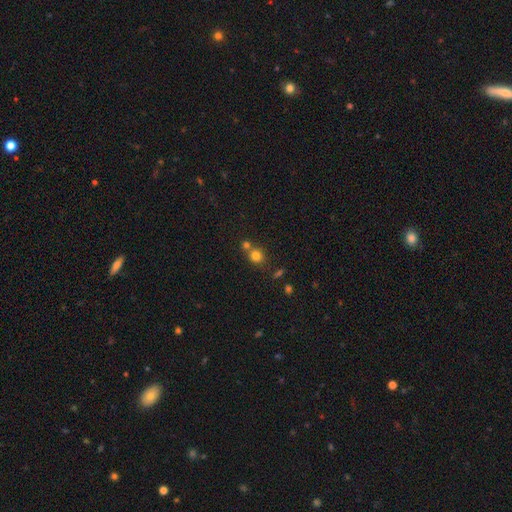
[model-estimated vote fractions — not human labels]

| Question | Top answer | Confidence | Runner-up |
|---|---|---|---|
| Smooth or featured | smooth | 78% | star or artifact (14%) |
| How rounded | round | 83% | in between (16%) |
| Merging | none | 54% | merger (35%) |